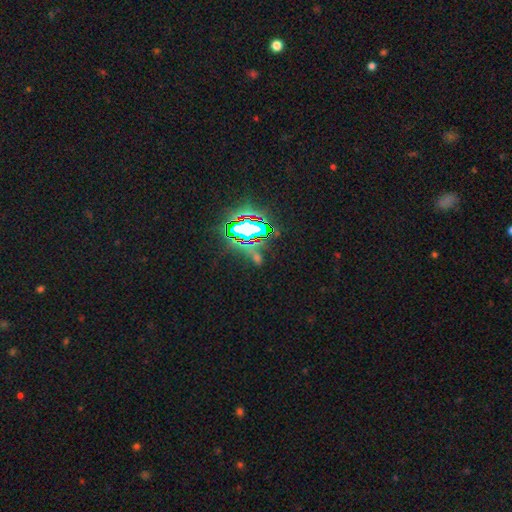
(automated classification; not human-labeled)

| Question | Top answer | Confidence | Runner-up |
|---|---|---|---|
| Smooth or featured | star or artifact | 75% | smooth (14%) |